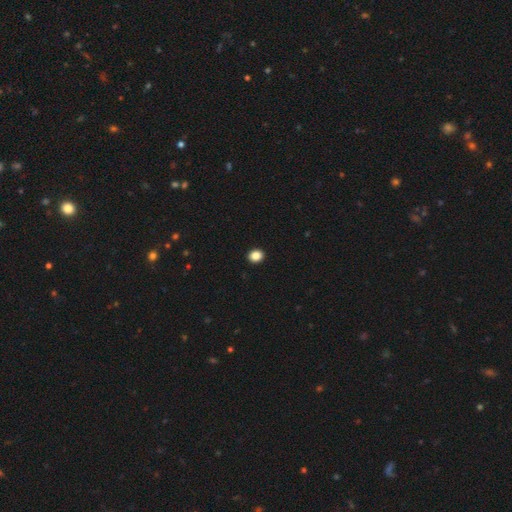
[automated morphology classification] This appears to be a smooth galaxy with no disk features (87%) that is round (64%). Merging: none (93%).